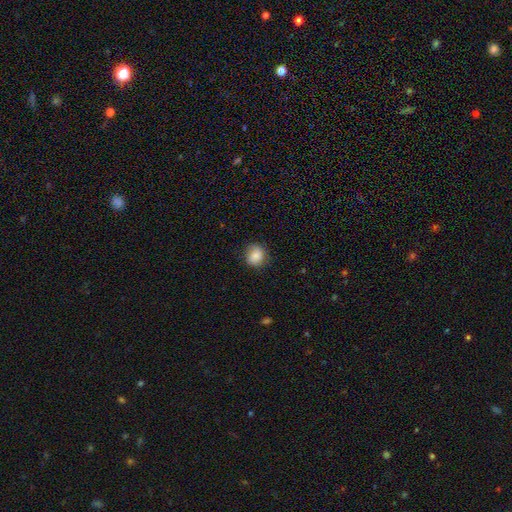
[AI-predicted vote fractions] smooth_or_featured: smooth (p=0.83) [alt: featured or disk p=0.08]
how_rounded: round (p=0.77) [alt: in between p=0.22]
merging: none (p=0.78) [alt: minor disturbance p=0.16]